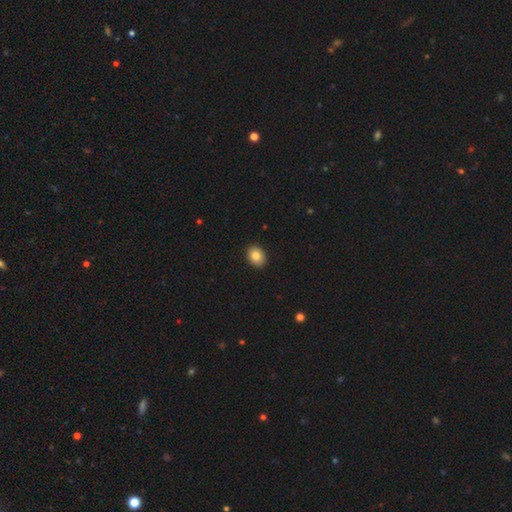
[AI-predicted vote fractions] smooth 85%, star or artifact 9%, featured or disk 7%. Down the decision tree: how rounded — in between (59%); merging — none (91%).